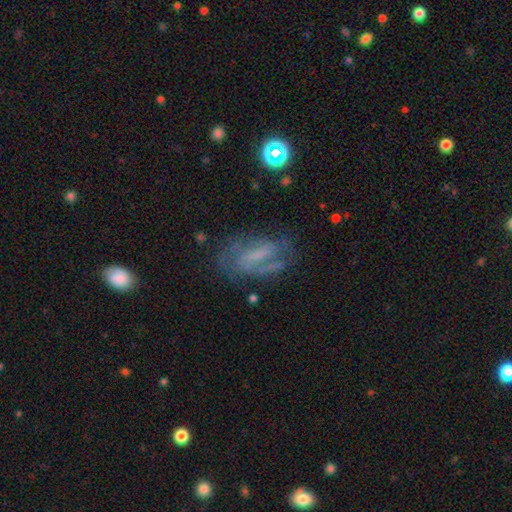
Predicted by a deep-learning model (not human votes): This is likely a featured or disk galaxy (64%). It is clearly not viewed edge-on (92%). Bar: marginally weak (40%). Spiral arm pattern: likely yes (76%). Central bulge: possibly none (50%). Merging: possibly none (57%).